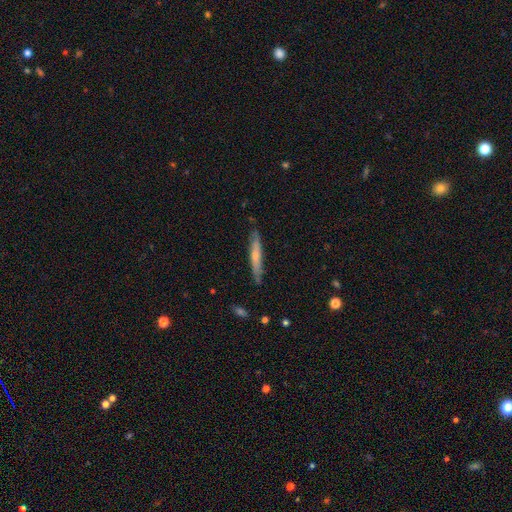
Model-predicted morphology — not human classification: This appears to be a smooth galaxy with no disk features (54%) that is cigar-shaped (94%). Merging: none (83%).